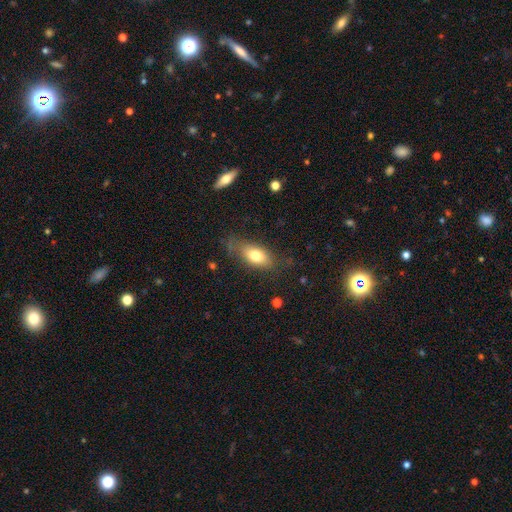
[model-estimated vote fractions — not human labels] Smooth or featured? Predicted: smooth (p=0.74). How rounded? Predicted: in between (p=0.84). Merging? Predicted: none (p=0.65).